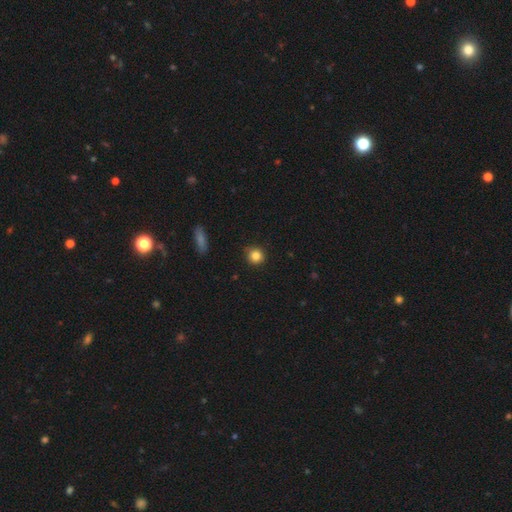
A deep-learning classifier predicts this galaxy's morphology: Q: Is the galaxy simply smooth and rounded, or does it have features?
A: smooth — 84%.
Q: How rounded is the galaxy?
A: round — 92%.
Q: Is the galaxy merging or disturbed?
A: none — 83%.